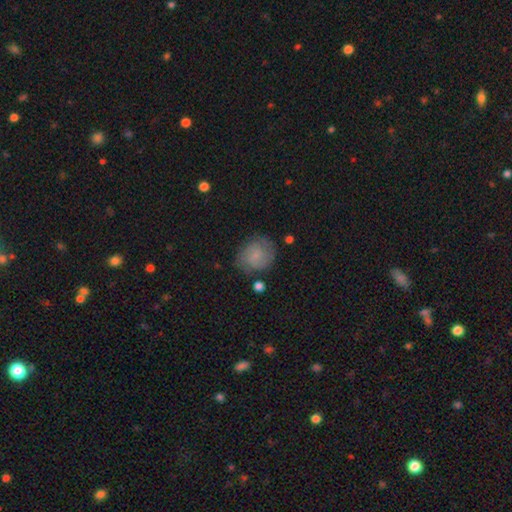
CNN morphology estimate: Smooth or featured? Predicted: smooth (p=0.55). How rounded? Predicted: round (p=0.67). Merging? Predicted: none (p=0.69).